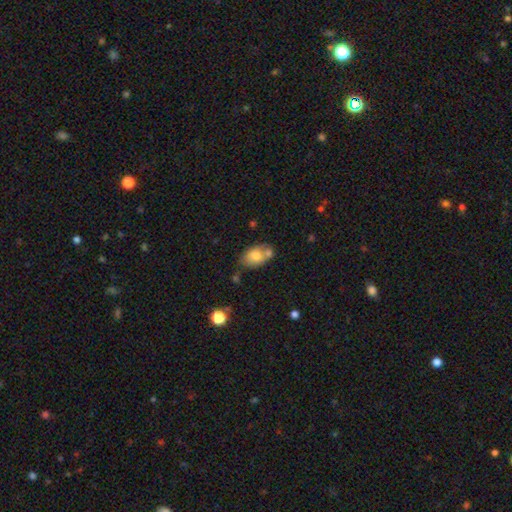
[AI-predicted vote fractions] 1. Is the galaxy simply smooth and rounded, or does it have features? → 73% smooth, 19% featured or disk, 8% star or artifact.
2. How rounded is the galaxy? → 83% in between, 16% round, 1% cigar-shaped.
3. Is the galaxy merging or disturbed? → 48% none, 29% merger, 18% minor disturbance, 5% major disturbance.